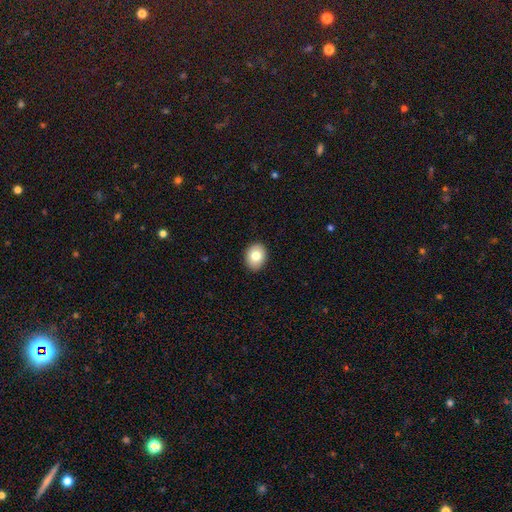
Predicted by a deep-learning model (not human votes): Morphology: type=smooth (80%); roundness=in between (55%); merging=none (90%).